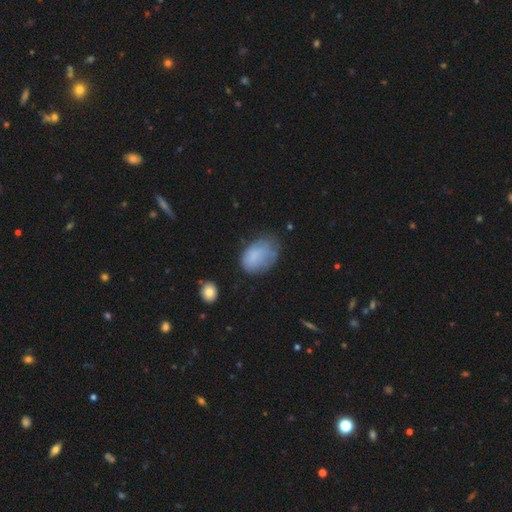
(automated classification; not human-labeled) Smooth or featured? Predicted: smooth (p=0.76). How rounded? Predicted: in between (p=0.84). Merging? Predicted: none (p=0.45).